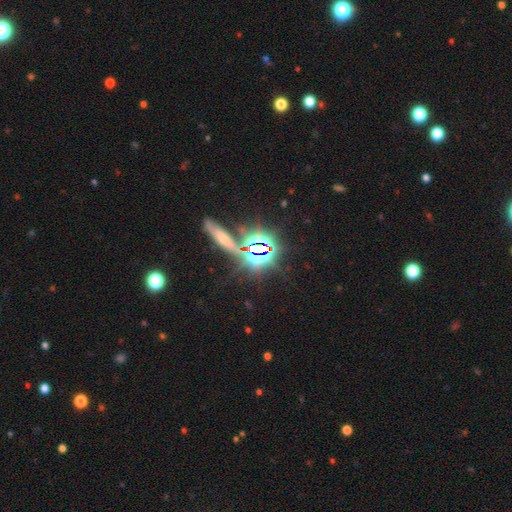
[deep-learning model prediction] Smooth or featured? star or artifact (70%)